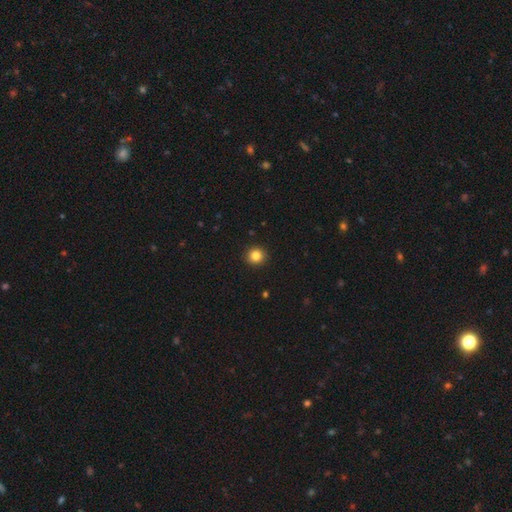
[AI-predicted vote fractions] A smooth galaxy with no disk features (85%) that is round (93%). Merging: none (93%).